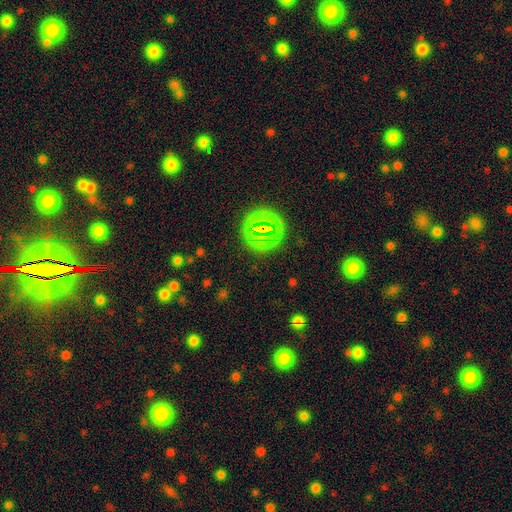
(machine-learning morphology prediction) A star or artifact, not a galaxy (60%).

Vote fractions:
- Smooth or featured? star or artifact: 60% / smooth: 27% / featured or disk: 13%